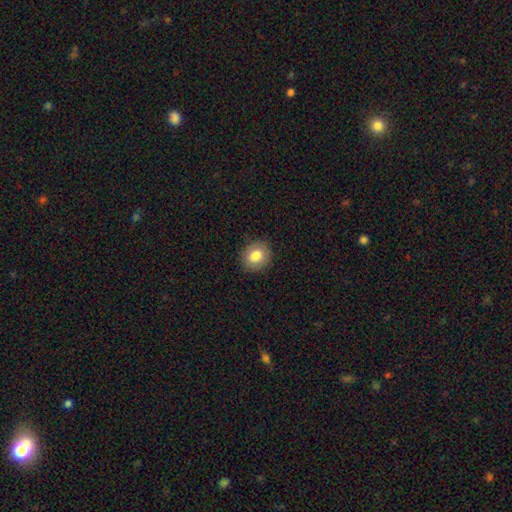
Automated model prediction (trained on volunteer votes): Smooth or featured? Predicted: smooth (p=0.81). How rounded? Predicted: round (p=0.68). Merging? Predicted: none (p=0.89).